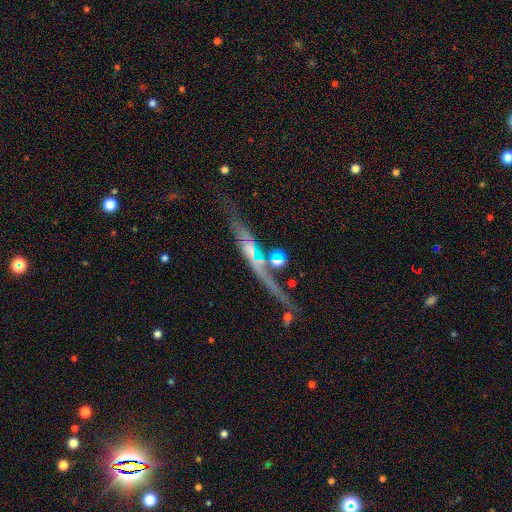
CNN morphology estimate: A featured or disk galaxy (71%) viewed edge-on (79%) with no central bulge (46%). Merging: none (55%).